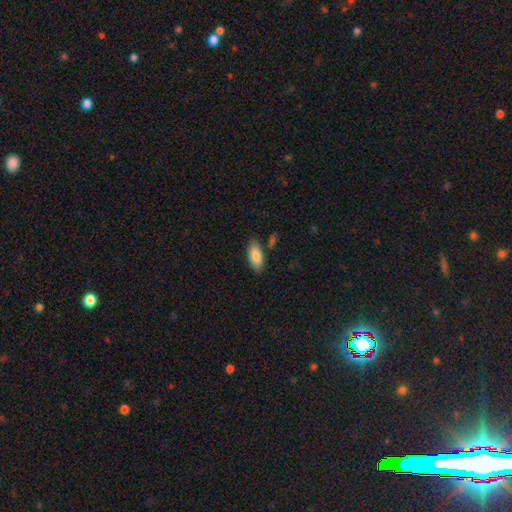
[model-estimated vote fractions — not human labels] Q: Smooth or featured?
A: smooth (84%); runner-up: featured or disk (10%)
Q: How rounded?
A: in between (87%); runner-up: cigar-shaped (11%)
Q: Merging?
A: none (81%); runner-up: minor disturbance (13%)